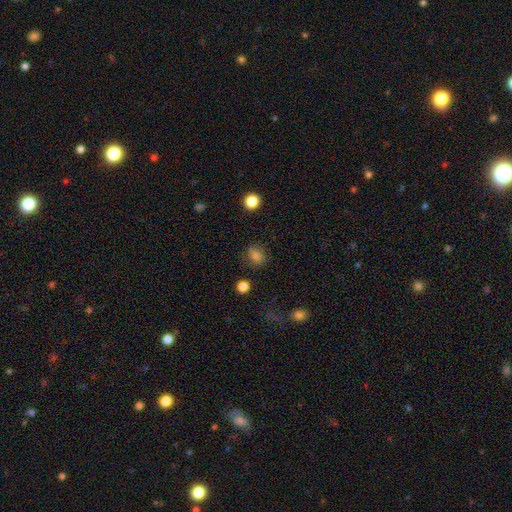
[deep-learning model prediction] Q: Smooth or featured?
A: smooth (80%); runner-up: star or artifact (13%)
Q: How rounded?
A: round (65%); runner-up: in between (34%)
Q: Merging?
A: none (81%); runner-up: minor disturbance (14%)